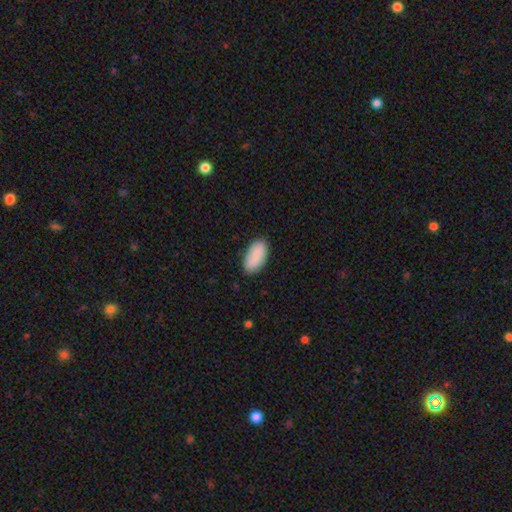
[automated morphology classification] Smooth or featured? Predicted: smooth (p=0.88). How rounded? Predicted: in between (p=0.94). Merging? Predicted: none (p=0.85).